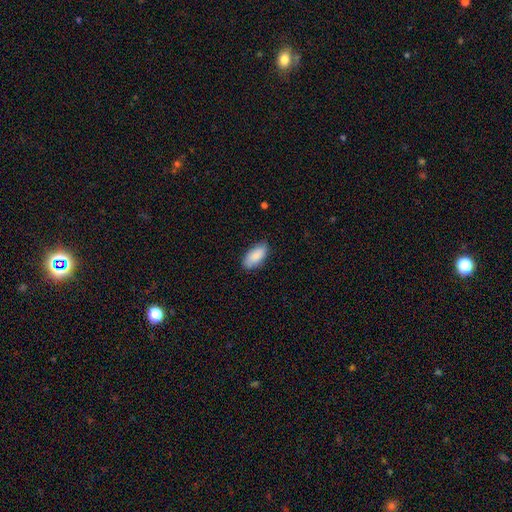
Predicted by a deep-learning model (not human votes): Q: Smooth or featured?
A: smooth (86%); runner-up: featured or disk (8%)
Q: How rounded?
A: in between (91%); runner-up: cigar-shaped (7%)
Q: Merging?
A: none (82%); runner-up: minor disturbance (15%)